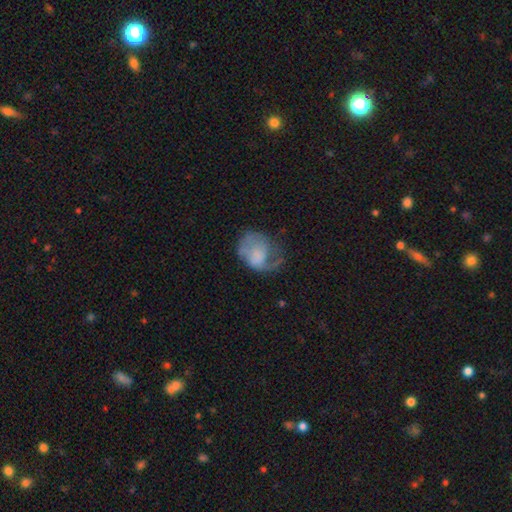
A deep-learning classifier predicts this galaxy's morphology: Smooth or featured?
  - featured or disk: 49% *
  - smooth: 42%
  - star or artifact: 9%
Merging?
  - major disturbance: 38% *
  - none: 33%
  - minor disturbance: 27%
  - merger: 2%